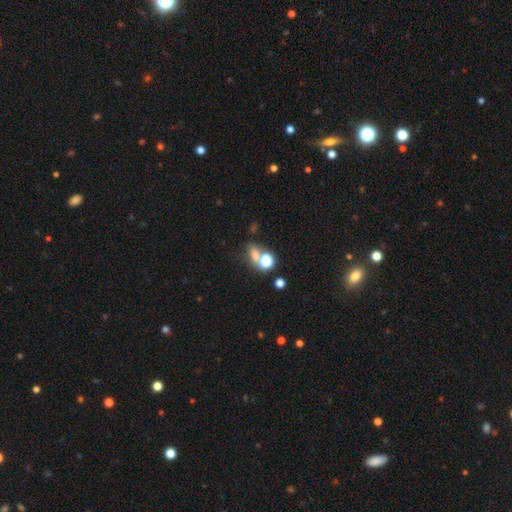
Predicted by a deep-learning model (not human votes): Smooth or featured? Predicted: smooth (p=0.57). How rounded? Predicted: round (p=0.49). Merging? Predicted: none (p=0.45).